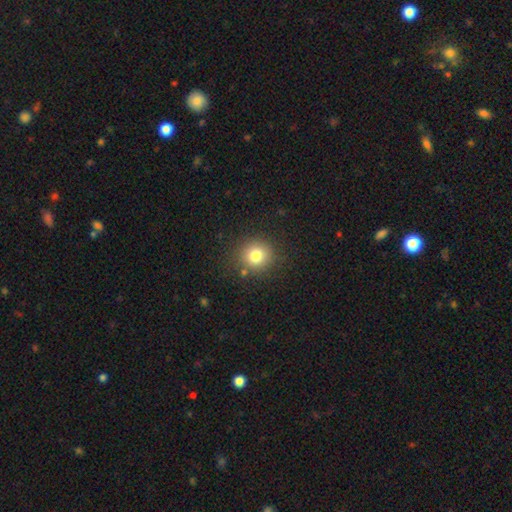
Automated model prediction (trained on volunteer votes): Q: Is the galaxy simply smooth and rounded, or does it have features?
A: smooth — 80%.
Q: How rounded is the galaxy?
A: round — 88%.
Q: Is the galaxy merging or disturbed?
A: none — 85%.